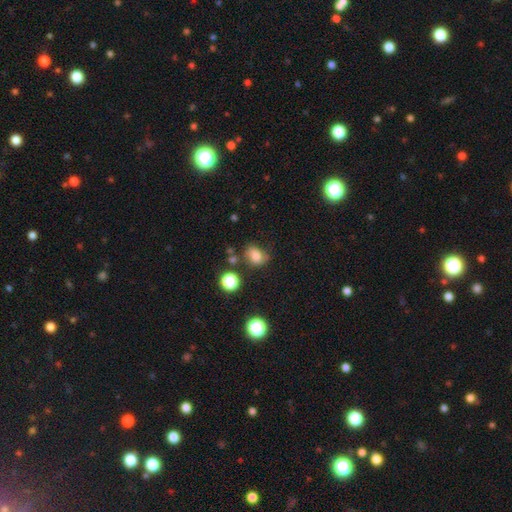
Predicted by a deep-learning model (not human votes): Morphology: type=smooth (74%); roundness=in between (54%); merging=none (58%).